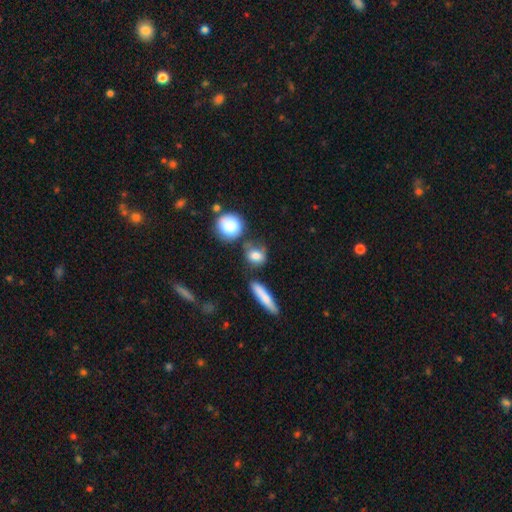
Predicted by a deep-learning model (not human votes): Smooth or featured? Predicted: smooth (p=0.79). How rounded? Predicted: round (p=0.56). Merging? Predicted: none (p=0.59).